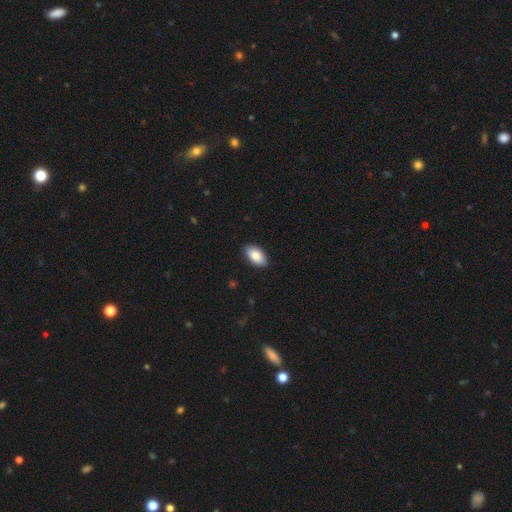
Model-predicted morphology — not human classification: The model was most divided on "smooth or featured": smooth: 86%, featured or disk: 7%, star or artifact: 6%. More confident: how rounded — in between (94%); merging — none (89%).